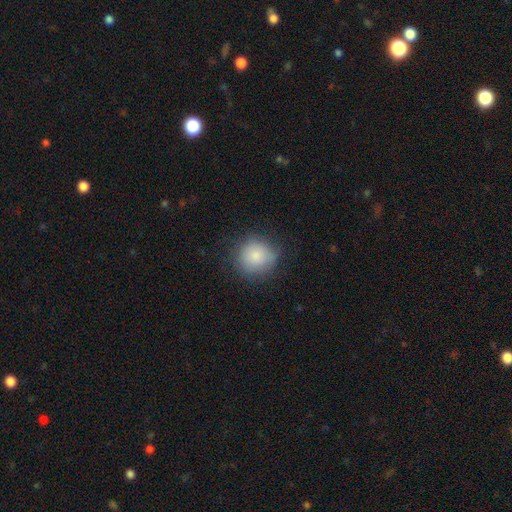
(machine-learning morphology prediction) Q: Smooth or featured?
A: smooth (85%); runner-up: star or artifact (8%)
Q: How rounded?
A: round (91%); runner-up: in between (8%)
Q: Merging?
A: none (78%); runner-up: minor disturbance (16%)